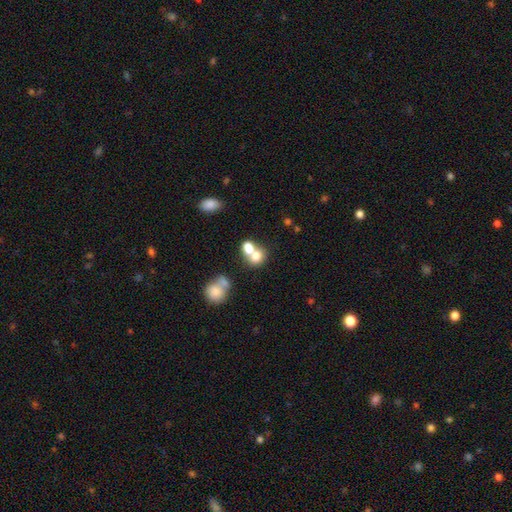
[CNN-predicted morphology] Smooth or featured? smooth (72%)
How rounded? round (62%)
Merging? merger (55%)